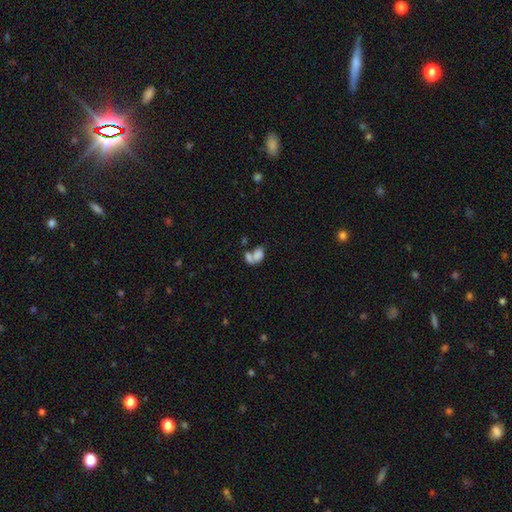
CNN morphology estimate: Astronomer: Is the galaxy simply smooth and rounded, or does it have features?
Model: smooth — 68%.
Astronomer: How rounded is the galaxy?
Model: in between — 81%.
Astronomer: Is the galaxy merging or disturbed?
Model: merger — 62%.